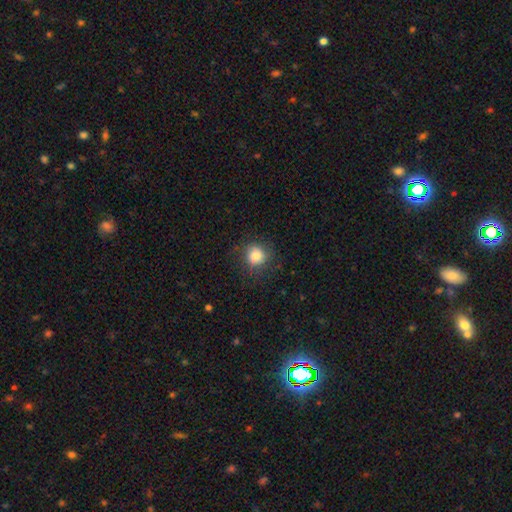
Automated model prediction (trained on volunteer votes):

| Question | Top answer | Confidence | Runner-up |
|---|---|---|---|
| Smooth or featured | smooth | 82% | star or artifact (11%) |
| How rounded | round | 87% | in between (12%) |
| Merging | none | 77% | minor disturbance (15%) |